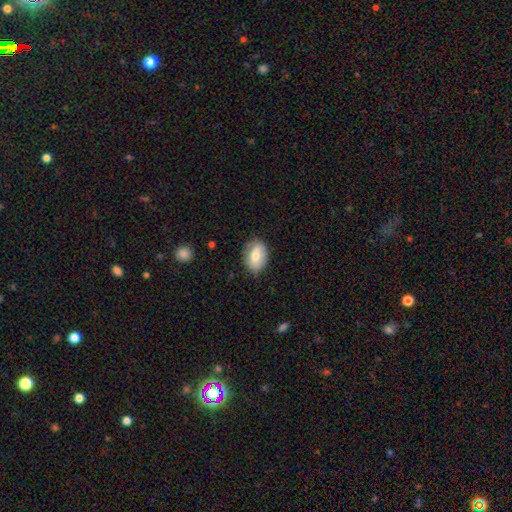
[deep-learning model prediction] Smooth or featured?
  - smooth: 73% *
  - featured or disk: 20%
  - star or artifact: 7%
How rounded?
  - in between: 83% *
  - round: 15%
  - cigar-shaped: 2%
Merging?
  - none: 74% *
  - minor disturbance: 21%
  - major disturbance: 4%
  - merger: 1%